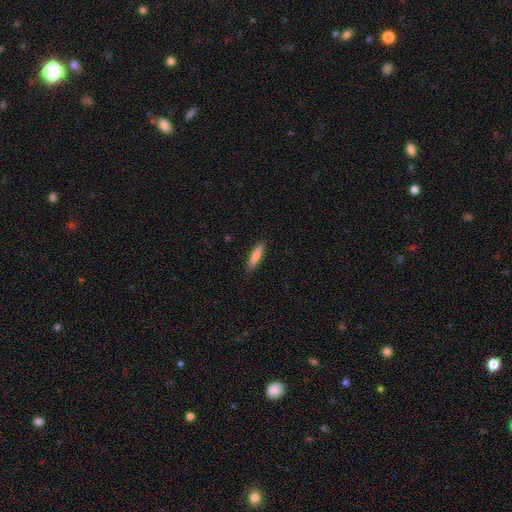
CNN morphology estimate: smooth_or_featured: smooth (p=0.77) [alt: featured or disk p=0.17]
how_rounded: cigar-shaped (p=0.78) [alt: in between p=0.21]
merging: none (p=0.88) [alt: minor disturbance p=0.09]